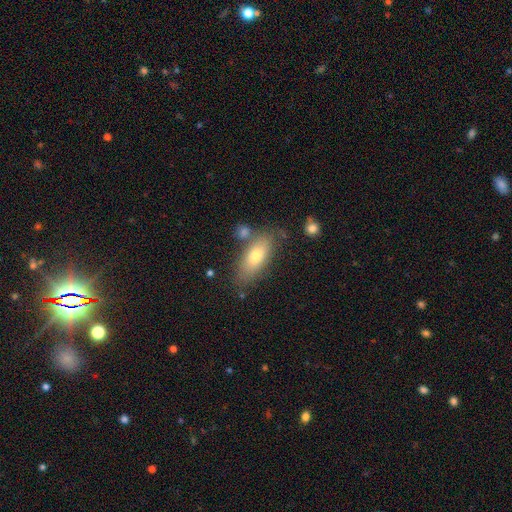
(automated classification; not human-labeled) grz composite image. It shows a smooth galaxy with no disk features (68%) that is in between round and cigar-shaped (75%). Merging: none (71%).